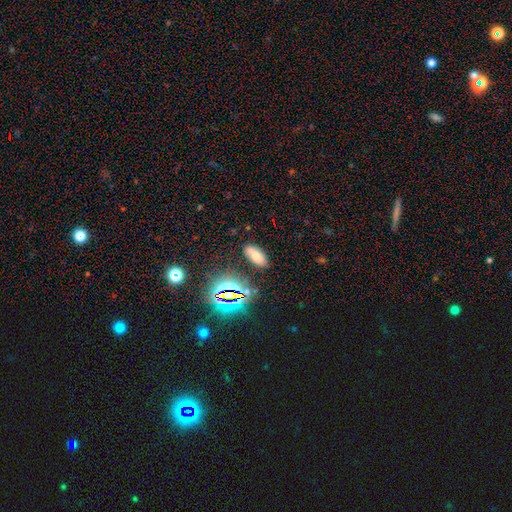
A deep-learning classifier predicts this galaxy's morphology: Q: Smooth or featured?
A: smooth (62%); runner-up: star or artifact (23%)
Q: How rounded?
A: in between (85%); runner-up: cigar-shaped (11%)
Q: Merging?
A: none (81%); runner-up: minor disturbance (13%)